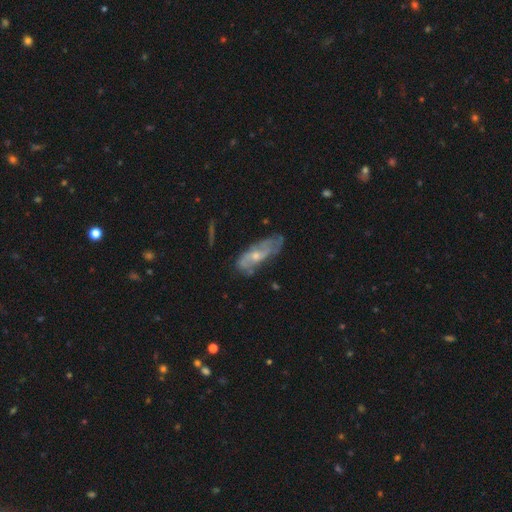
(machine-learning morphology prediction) Q: Smooth or featured?
A: featured or disk (62%); runner-up: smooth (30%)
Q: Edge-on disk?
A: no (84%); runner-up: yes (16%)
Q: Bar?
A: no (67%); runner-up: weak (28%)
Q: Spiral arms?
A: yes (65%); runner-up: no (35%)
Q: Bulge size?
A: small (48%); runner-up: moderate (45%)
Q: Merging?
A: none (52%); runner-up: minor disturbance (30%)